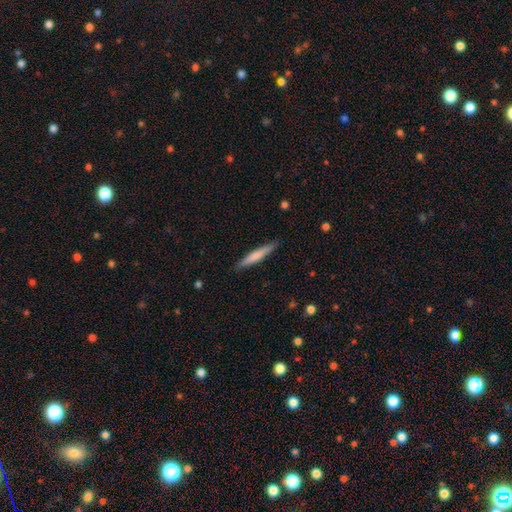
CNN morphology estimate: Q: Smooth or featured?
A: smooth (68%); runner-up: featured or disk (27%)
Q: How rounded?
A: cigar-shaped (94%); runner-up: in between (5%)
Q: Merging?
A: none (89%); runner-up: minor disturbance (9%)